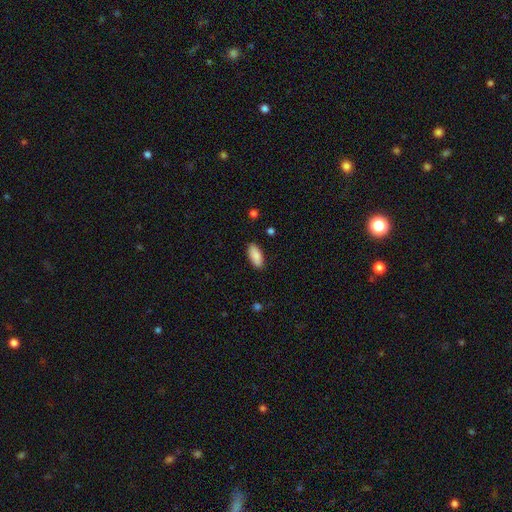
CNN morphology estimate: Overall: smooth (89%). How rounded: in between (87%). Merging: none (88%).